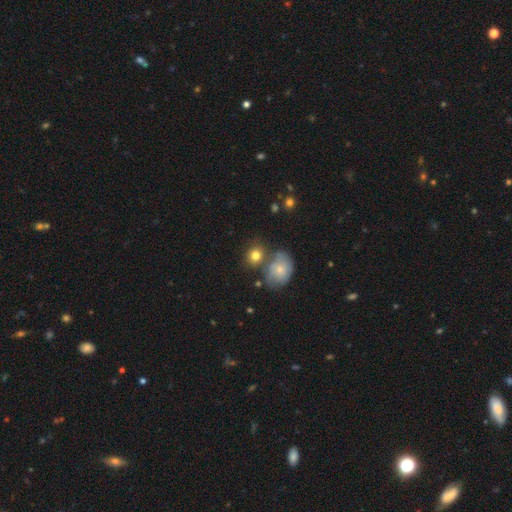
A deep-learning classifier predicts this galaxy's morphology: smooth_or_featured: smooth (p=0.78) [alt: featured or disk p=0.13]
how_rounded: round (p=0.71) [alt: in between p=0.28]
merging: none (p=0.59) [alt: merger p=0.23]